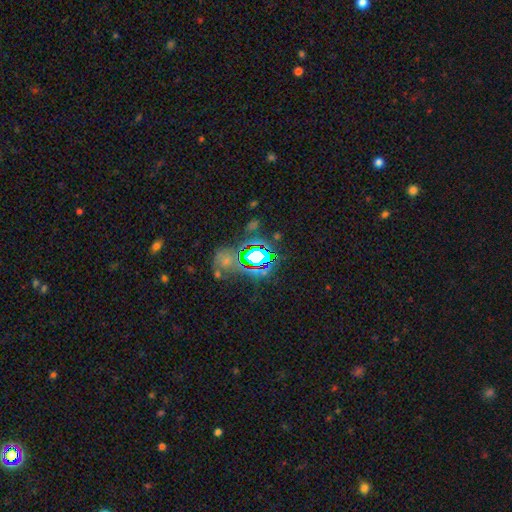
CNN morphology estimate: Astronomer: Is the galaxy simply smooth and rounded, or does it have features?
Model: star or artifact — 65%.